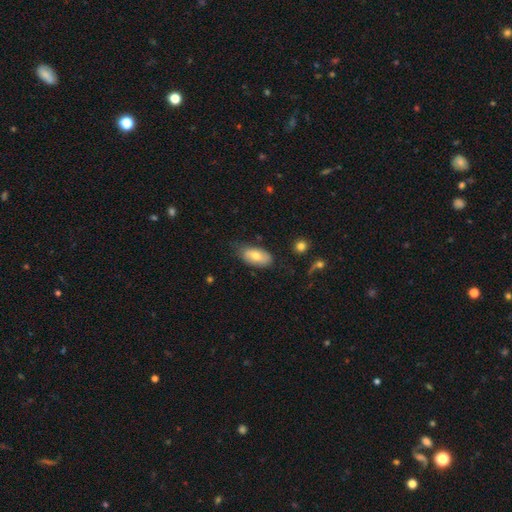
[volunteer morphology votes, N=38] Smooth or featured? smooth (76%)
How rounded? in between (93%)
Merging? none (51%)